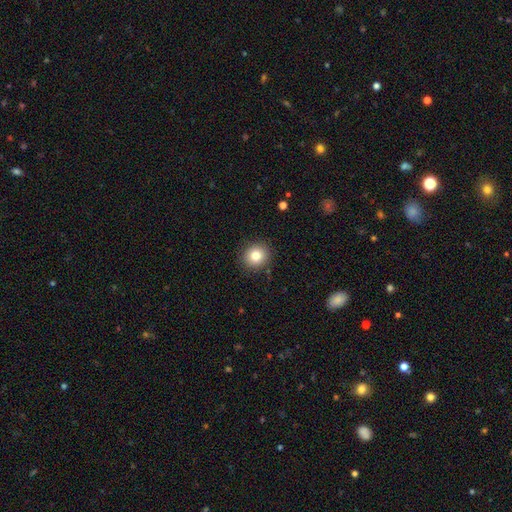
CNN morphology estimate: A smooth galaxy with no disk features (80%) that is round (87%).

Vote fractions:
- Smooth or featured? smooth: 80% / star or artifact: 11% / featured or disk: 9%
- How rounded? round: 87% / in between: 12% / cigar-shaped: 1%
- Merging? none: 90% / minor disturbance: 7% / major disturbance: 2% / merger: 1%